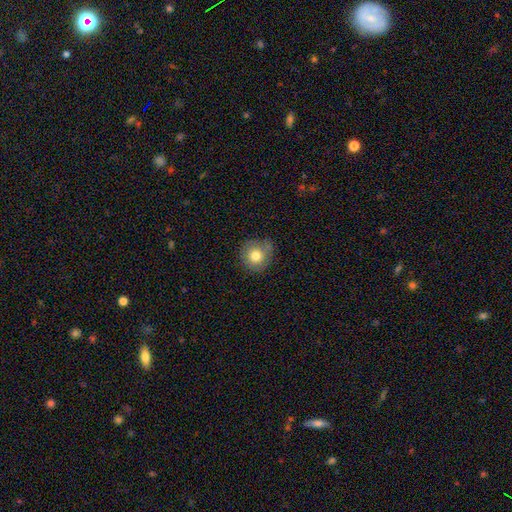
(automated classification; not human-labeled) smooth-or-featured: smooth: 78% | featured or disk: 12% | star or artifact: 10%
  how-rounded: round: 89% | in between: 10% | cigar-shaped: 1%
  merging: none: 72% | minor disturbance: 21% | major disturbance: 5% | merger: 3%